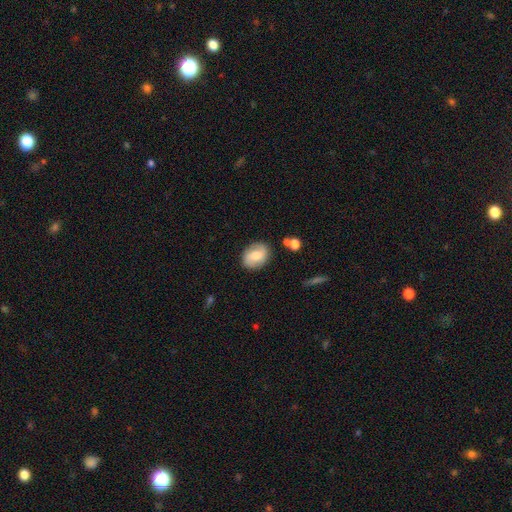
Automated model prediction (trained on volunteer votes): smooth 59%, featured or disk 33%, star or artifact 8%. Down the decision tree: how rounded — in between (61%); merging — none (82%).